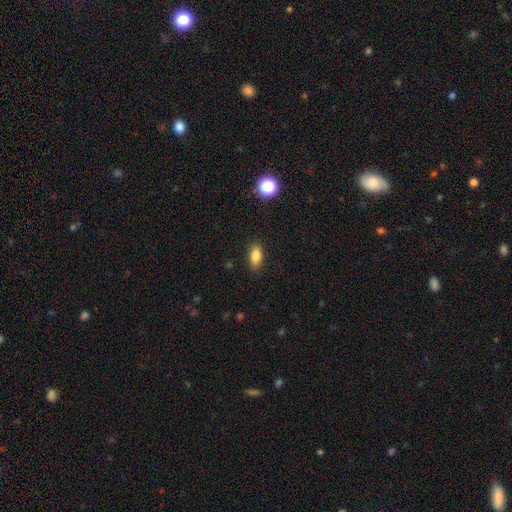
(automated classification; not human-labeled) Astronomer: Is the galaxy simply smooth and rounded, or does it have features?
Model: smooth — 84%.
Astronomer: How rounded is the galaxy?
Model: in between — 86%.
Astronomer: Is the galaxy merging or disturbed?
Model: none — 87%.